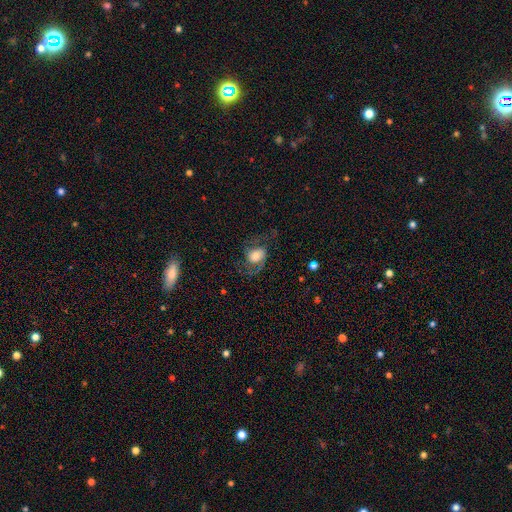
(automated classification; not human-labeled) Smooth or featured? featured or disk (65%)
Edge-on disk? no (97%)
Bar? no (63%)
Spiral arms? yes (91%)
Spiral winding? loose (45%, tied with medium)
Spiral arm count? 2 (87%)
Bulge size? moderate (38%)
Merging? none (61%)